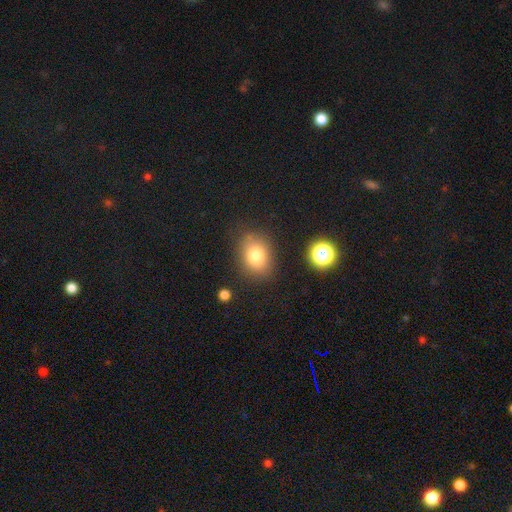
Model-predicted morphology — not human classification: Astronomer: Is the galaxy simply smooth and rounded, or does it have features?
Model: smooth — 79%.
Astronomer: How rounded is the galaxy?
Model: in between — 58% (runner-up: round, 40%).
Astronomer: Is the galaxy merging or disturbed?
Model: none — 80%.